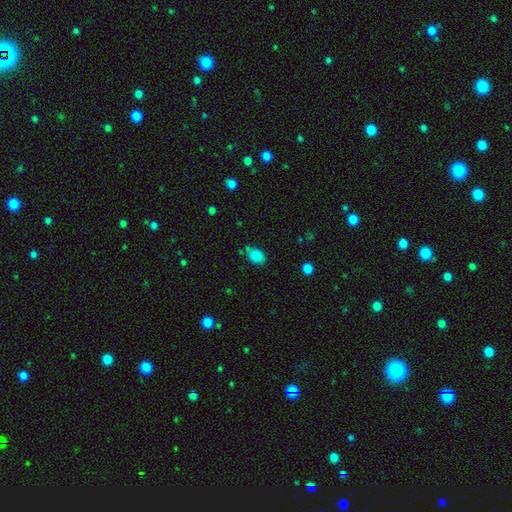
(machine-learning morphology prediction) This is clearly a smooth galaxy (85%). How rounded: likely in between (66%). Merging: likely none (64%).